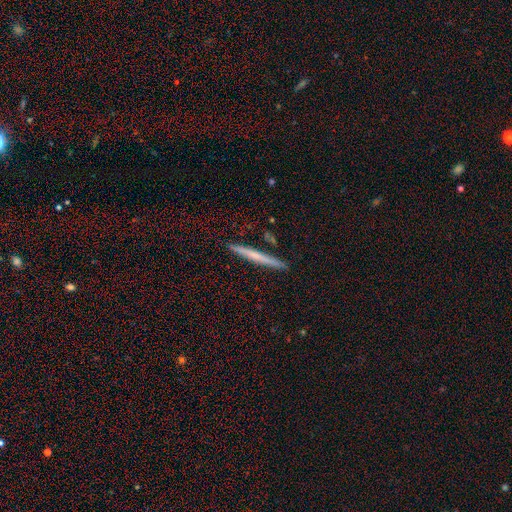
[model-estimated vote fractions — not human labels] Smooth or featured?
  - smooth: 49% *
  - featured or disk: 45%
  - star or artifact: 6%
Merging?
  - none: 90% *
  - minor disturbance: 7%
  - merger: 2%
  - major disturbance: 1%